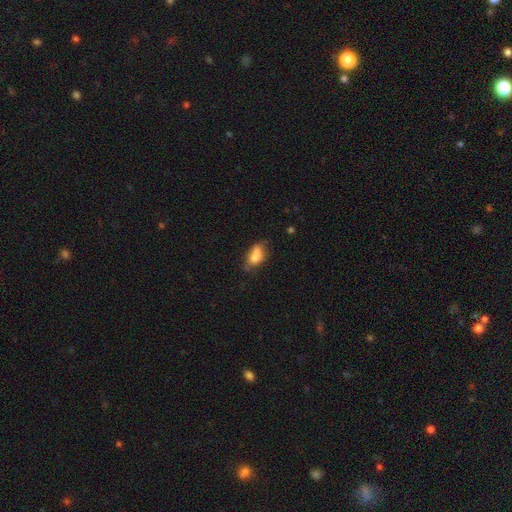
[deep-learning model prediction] Morphology: type=smooth (71%); roundness=in between (85%); merging=none (38%).